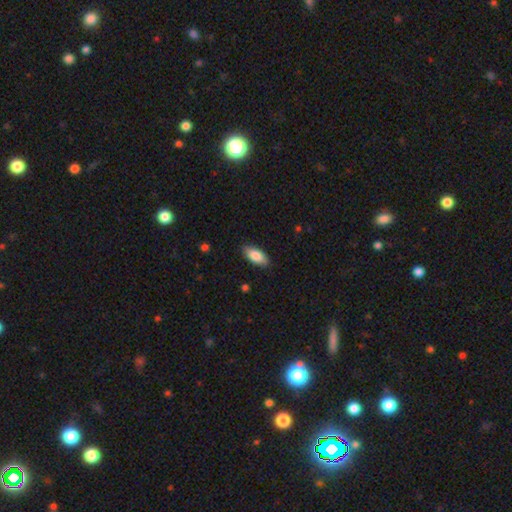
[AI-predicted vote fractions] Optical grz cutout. It shows a smooth galaxy with no disk features (86%) that is in between round and cigar-shaped (88%). Merging: none (87%).